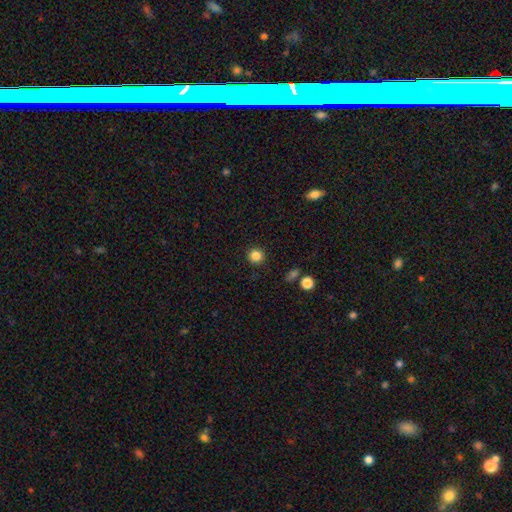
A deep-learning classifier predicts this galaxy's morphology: Smooth or featured?
  - smooth: 85% *
  - star or artifact: 11%
  - featured or disk: 4%
How rounded?
  - round: 94% *
  - in between: 5%
  - cigar-shaped: 1%
Merging?
  - none: 92% *
  - minor disturbance: 5%
  - major disturbance: 2%
  - merger: 1%